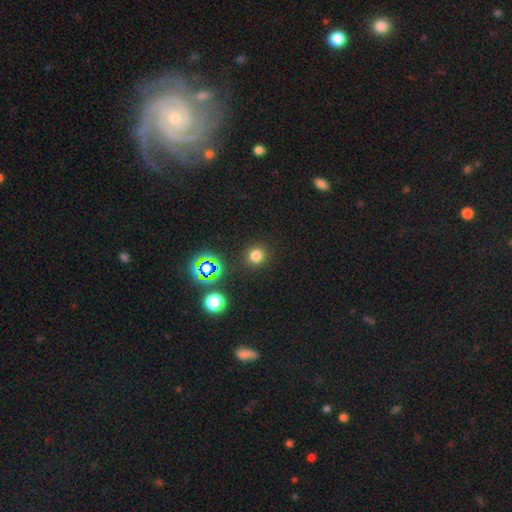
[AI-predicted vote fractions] Morphology: type=smooth (76%); roundness=round (92%); merging=none (90%).